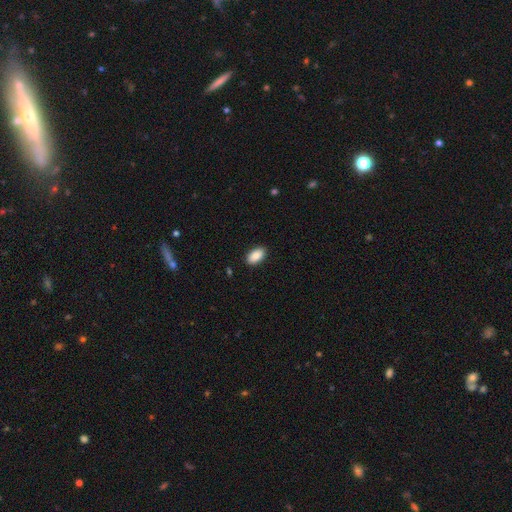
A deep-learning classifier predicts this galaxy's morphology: This appears to be a smooth galaxy with no disk features (89%) that is in between round and cigar-shaped (94%). Merging: none (90%).